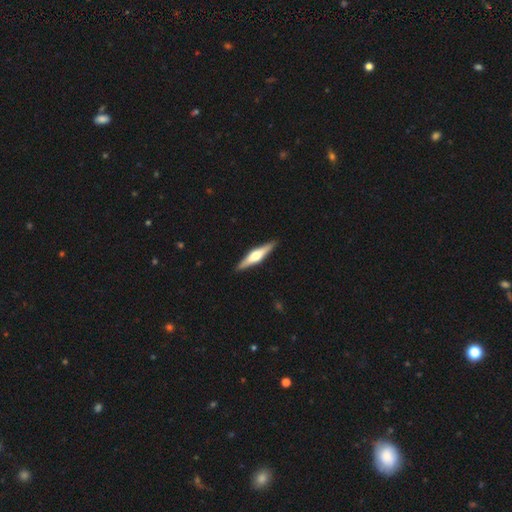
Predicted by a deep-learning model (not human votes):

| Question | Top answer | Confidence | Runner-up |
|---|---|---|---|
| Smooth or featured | featured or disk | 69% | smooth (26%) |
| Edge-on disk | yes | 97% | no (3%) |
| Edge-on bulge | rounded | 91% | boxy (6%) |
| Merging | none | 91% | minor disturbance (6%) |